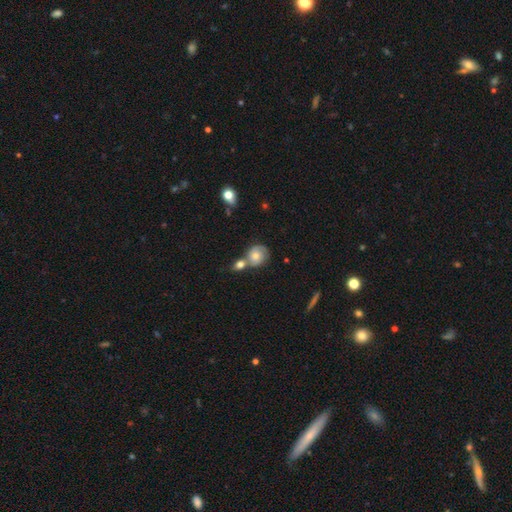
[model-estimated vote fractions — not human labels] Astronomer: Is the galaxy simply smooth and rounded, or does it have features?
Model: smooth — 51% (runner-up: featured or disk, 40%).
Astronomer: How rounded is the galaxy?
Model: round — 74%.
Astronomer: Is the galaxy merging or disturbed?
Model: none — 39% (runner-up: merger, 38%).